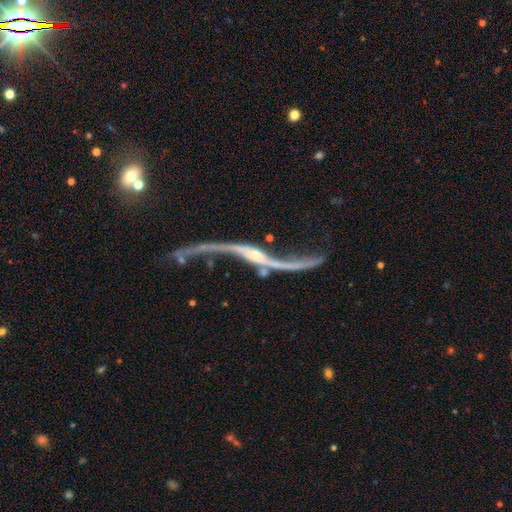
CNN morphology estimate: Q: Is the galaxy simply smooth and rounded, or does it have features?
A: featured or disk — 89%.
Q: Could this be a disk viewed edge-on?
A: no — 76%.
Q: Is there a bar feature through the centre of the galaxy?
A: no — 51%.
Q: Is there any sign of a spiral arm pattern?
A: yes — 90%.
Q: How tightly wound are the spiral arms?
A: loose — 96%.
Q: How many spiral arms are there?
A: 2 — 92%.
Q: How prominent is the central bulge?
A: small — 57%.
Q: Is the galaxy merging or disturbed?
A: none — 39%.